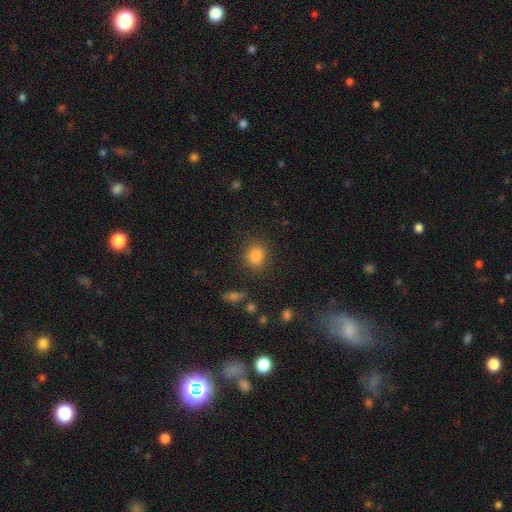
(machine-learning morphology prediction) A smooth galaxy with no disk features (83%) that is round (70%).

Vote fractions:
- Smooth or featured? smooth: 83% / star or artifact: 11% / featured or disk: 6%
- How rounded? round: 70% / in between: 29% / cigar-shaped: 1%
- Merging? none: 85% / minor disturbance: 9% / major disturbance: 3% / merger: 2%